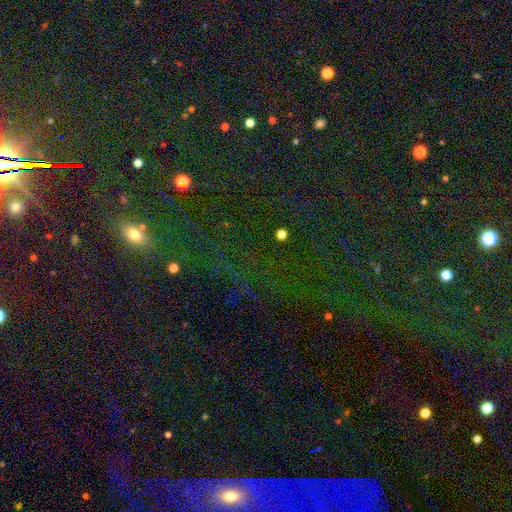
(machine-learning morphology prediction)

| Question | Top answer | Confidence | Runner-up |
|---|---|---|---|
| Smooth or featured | star or artifact | 69% | smooth (22%) |